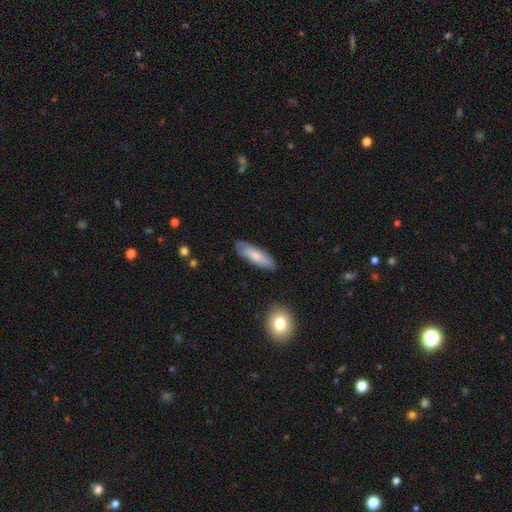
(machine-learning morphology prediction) A smooth galaxy with no disk features (72%) that is cigar-shaped (57%).

Vote fractions:
- Smooth or featured? smooth: 72% / featured or disk: 23% / star or artifact: 6%
- How rounded? cigar-shaped: 57% / in between: 42% / round: 2%
- Merging? none: 83% / minor disturbance: 13% / major disturbance: 2% / merger: 2%